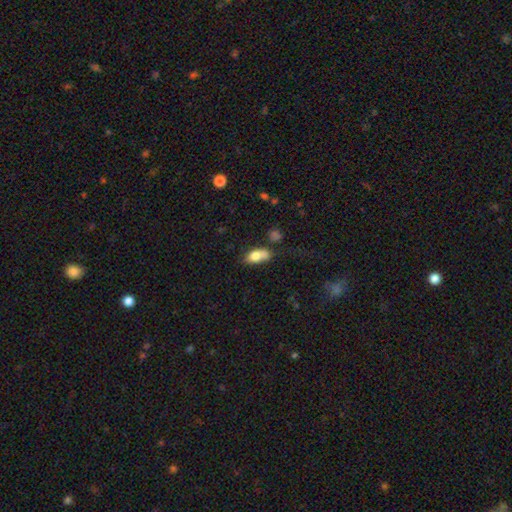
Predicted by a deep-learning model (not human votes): A smooth galaxy with no disk features (76%) that is in between round and cigar-shaped (84%). Merging: none (36%).